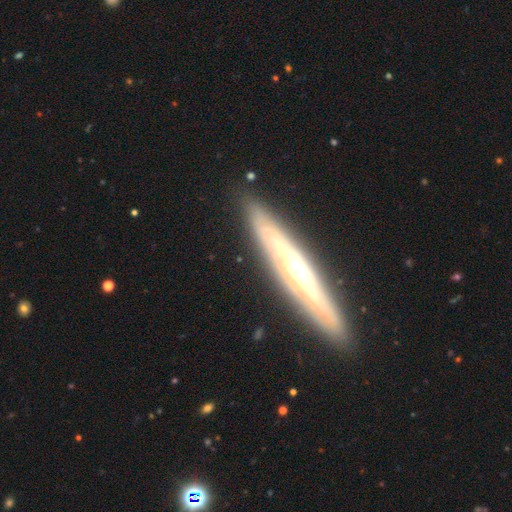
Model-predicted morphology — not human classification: A featured or disk galaxy (73%) viewed edge-on (87%) with a rounded central bulge (75%).

Vote fractions:
- Smooth or featured? featured or disk: 73% / smooth: 20% / star or artifact: 6%
- Edge-on disk? yes: 87% / no: 13%
- Edge-on bulge? rounded: 75% / none: 21% / boxy: 4%
- Merging? none: 89% / minor disturbance: 8% / major disturbance: 2% / merger: 1%